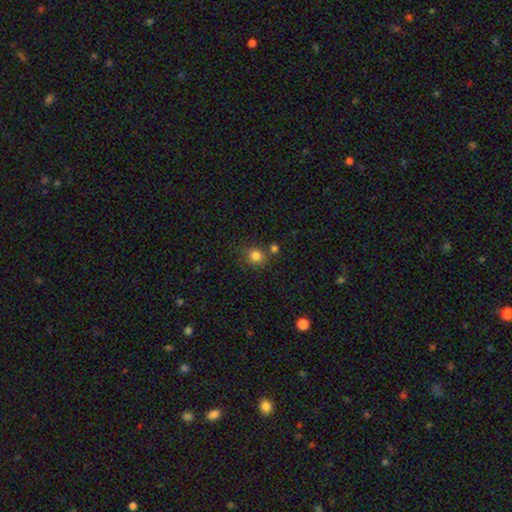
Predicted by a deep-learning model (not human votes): A smooth galaxy with no disk features (82%) that is round (77%). Merging: none (70%).